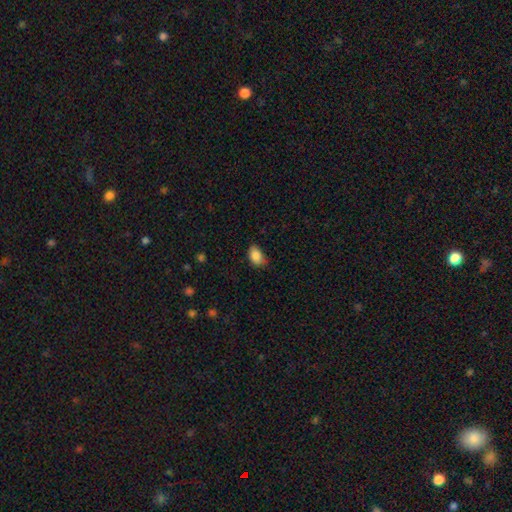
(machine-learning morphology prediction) A smooth galaxy with no disk features (87%) that is in between round and cigar-shaped (87%). Merging: none (68%).